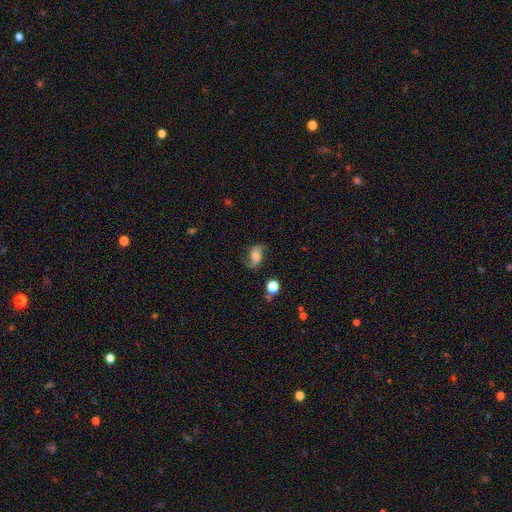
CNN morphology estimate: The model was most divided on "bulge size": moderate: 38%, small: 26%, large: 21%, none: 11%, dominant: 5%. More confident: edge-on disk — no (96%); spiral arms — yes (92%); spiral arm count — 2 (87%); merging — none (66%); spiral winding — loose (63%); smooth or featured — featured or disk (62%); bar — no (54%).